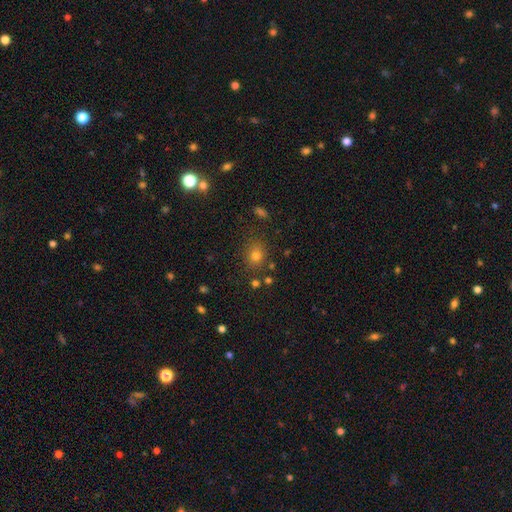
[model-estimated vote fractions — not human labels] Smooth or featured? smooth (71%)
How rounded? round (69%)
Merging? none (80%)